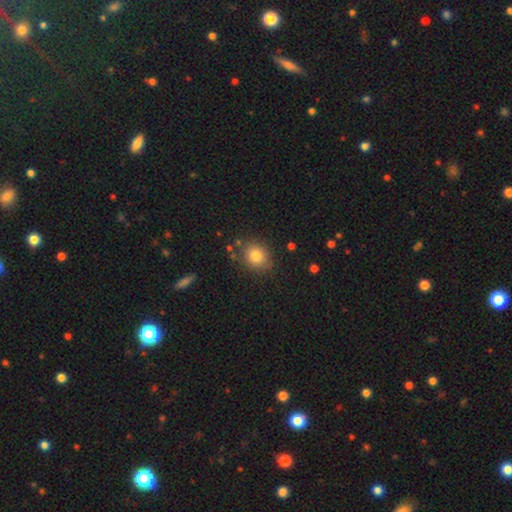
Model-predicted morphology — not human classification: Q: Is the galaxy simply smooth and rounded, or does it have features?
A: smooth — 81%.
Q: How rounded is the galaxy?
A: round — 68%.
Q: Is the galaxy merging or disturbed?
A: none — 81%.